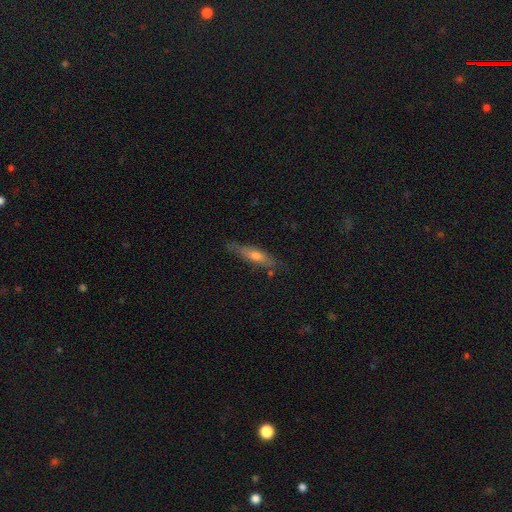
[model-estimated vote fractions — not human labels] A featured or disk galaxy (50%).

Vote fractions:
- Smooth or featured? featured or disk: 50% / smooth: 43% / star or artifact: 7%
- Merging? none: 78% / minor disturbance: 17% / major disturbance: 3% / merger: 2%